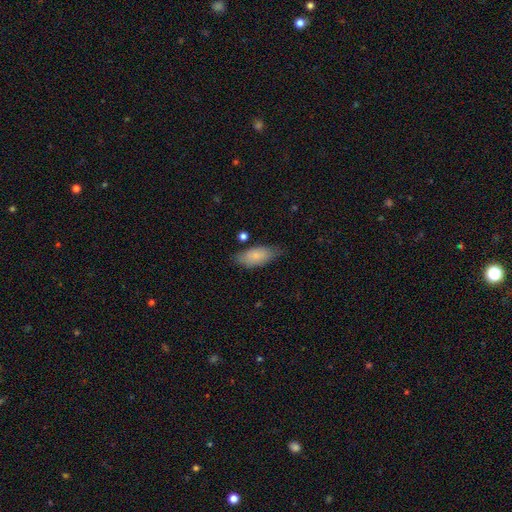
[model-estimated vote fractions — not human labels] Smooth or featured? smooth (80%)
How rounded? in between (88%)
Merging? none (68%)